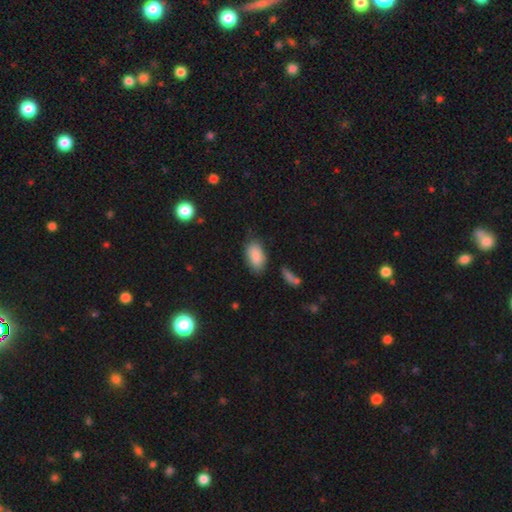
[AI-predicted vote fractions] Q: Smooth or featured?
A: smooth (87%); runner-up: star or artifact (7%)
Q: How rounded?
A: in between (93%); runner-up: round (5%)
Q: Merging?
A: none (75%); runner-up: minor disturbance (18%)